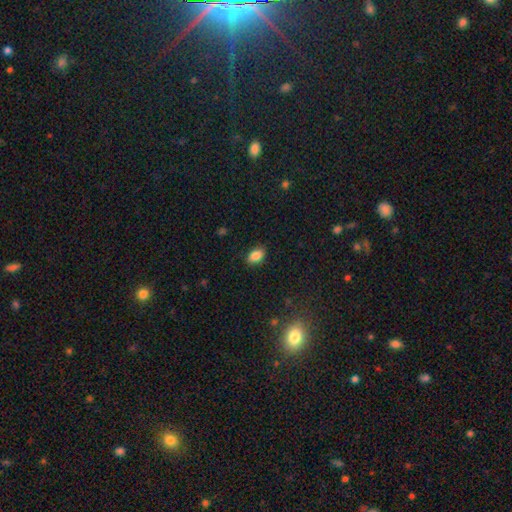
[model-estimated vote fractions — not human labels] smooth-or-featured: smooth: 85% | star or artifact: 9% | featured or disk: 6%
  how-rounded: in between: 88% | round: 10% | cigar-shaped: 2%
  merging: none: 86% | minor disturbance: 11% | major disturbance: 2% | merger: 1%